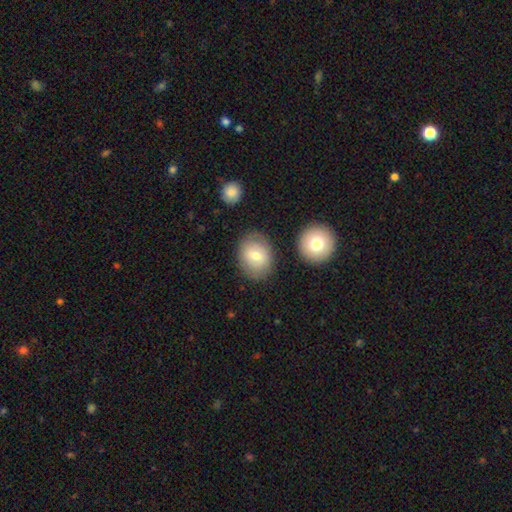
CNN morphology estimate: A smooth galaxy with no disk features (72%) that is in between round and cigar-shaped (52%).

Vote fractions:
- Smooth or featured? smooth: 72% / featured or disk: 21% / star or artifact: 8%
- How rounded? in between: 52% / round: 47% / cigar-shaped: 1%
- Merging? none: 77% / minor disturbance: 14% / merger: 5% / major disturbance: 4%